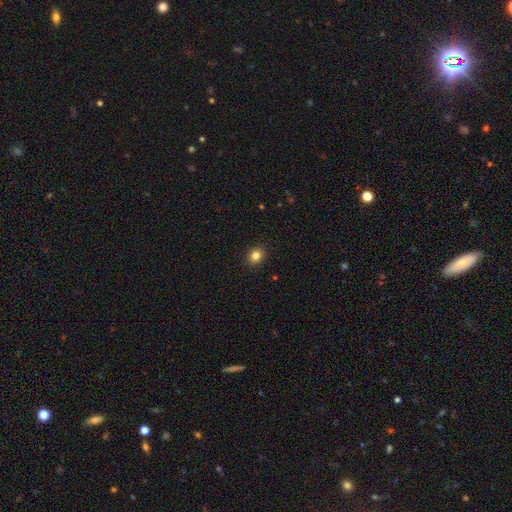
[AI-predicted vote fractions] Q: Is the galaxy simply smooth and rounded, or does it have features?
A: smooth — 83%.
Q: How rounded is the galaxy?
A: round — 64%.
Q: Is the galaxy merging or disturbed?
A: none — 91%.